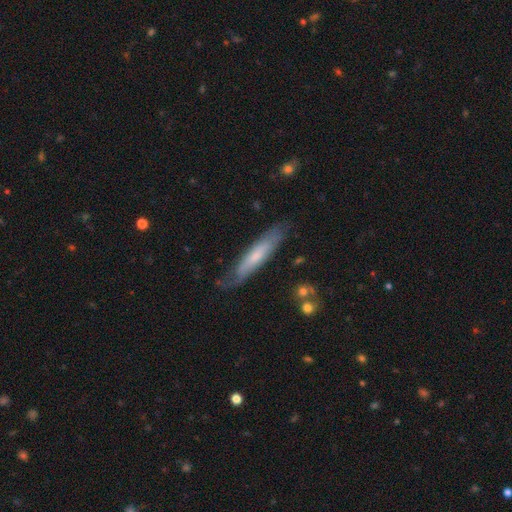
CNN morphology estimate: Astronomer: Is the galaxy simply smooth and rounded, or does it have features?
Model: smooth — 48% (runner-up: featured or disk, 46%).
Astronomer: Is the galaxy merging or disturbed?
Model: none — 72%.